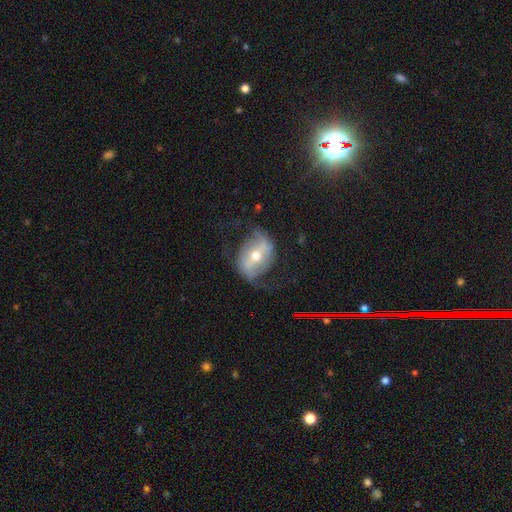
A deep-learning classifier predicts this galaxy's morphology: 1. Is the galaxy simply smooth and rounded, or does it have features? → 78% featured or disk, 15% smooth, 7% star or artifact.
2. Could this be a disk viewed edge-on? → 95% no, 5% yes.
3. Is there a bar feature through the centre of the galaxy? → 49% strong, 31% weak, 19% no.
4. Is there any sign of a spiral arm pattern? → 84% yes, 16% no.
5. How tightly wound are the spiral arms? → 62% loose, 29% medium, 9% tight.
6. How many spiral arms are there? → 90% 2, 5% can't tell, 3% 1, 1% 3, 1% 4, 1% more than 4.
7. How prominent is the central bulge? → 61% moderate, 34% small, 4% large, 1% dominant, 1% none.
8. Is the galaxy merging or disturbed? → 67% none, 17% minor disturbance, 15% major disturbance, 2% merger.